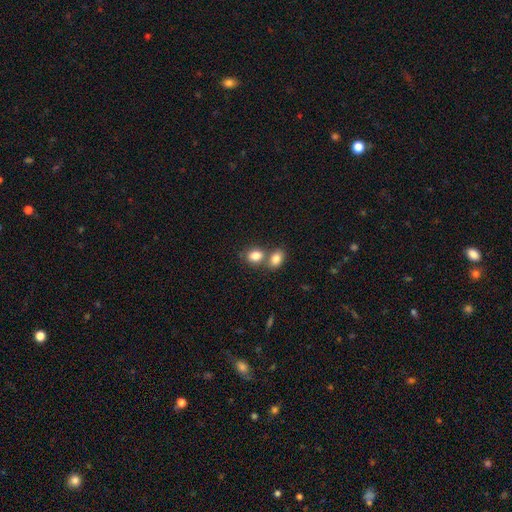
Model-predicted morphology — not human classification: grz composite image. It shows a smooth galaxy with no disk features (83%) that is in between round and cigar-shaped (54%). Merging: merger (47%).